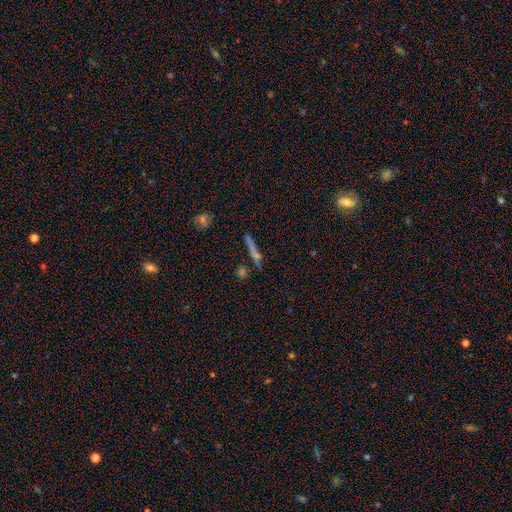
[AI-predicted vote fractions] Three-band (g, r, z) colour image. It shows a smooth galaxy with no disk features (49%). Merging: none (80%).